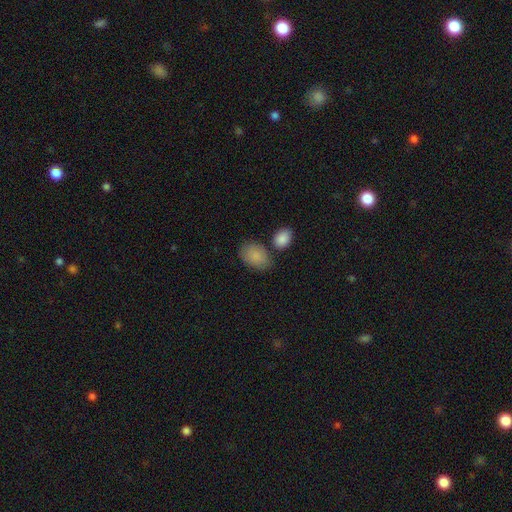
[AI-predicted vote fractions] A smooth galaxy with no disk features (87%) that is in between round and cigar-shaped (84%). Merging: none (63%).